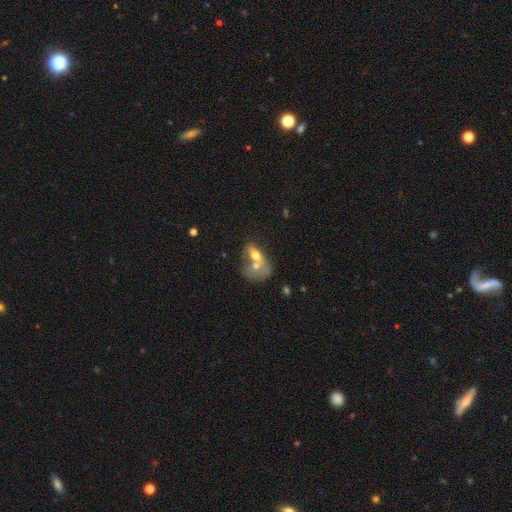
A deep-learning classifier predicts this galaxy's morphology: Smooth or featured? Predicted: smooth (p=0.59). How rounded? Predicted: in between (p=0.70). Merging? Predicted: merger (p=0.77).